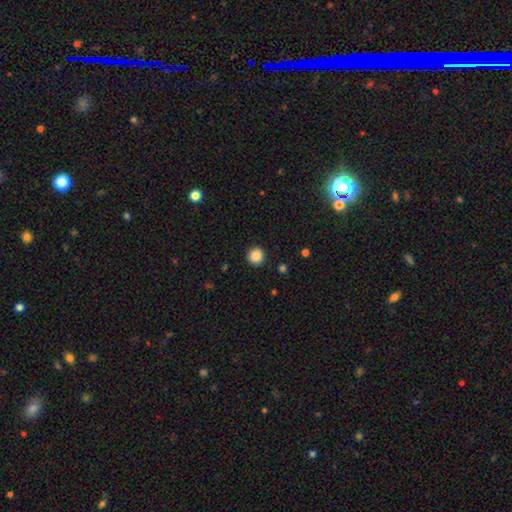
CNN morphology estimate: Smooth or featured? smooth (86%)
How rounded? round (95%)
Merging? none (93%)